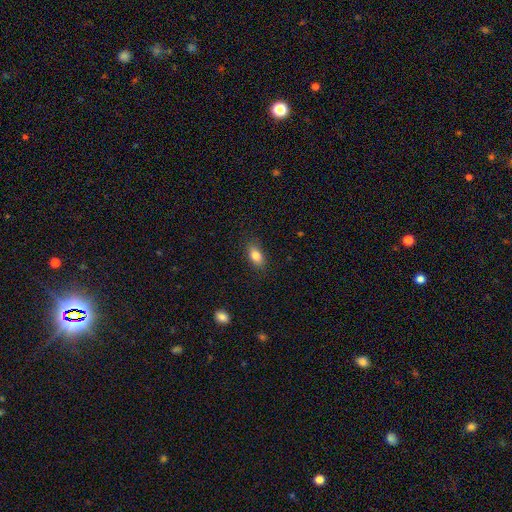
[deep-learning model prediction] This appears to be a smooth galaxy with no disk features (83%) that is in between round and cigar-shaped (88%). Merging: none (84%).